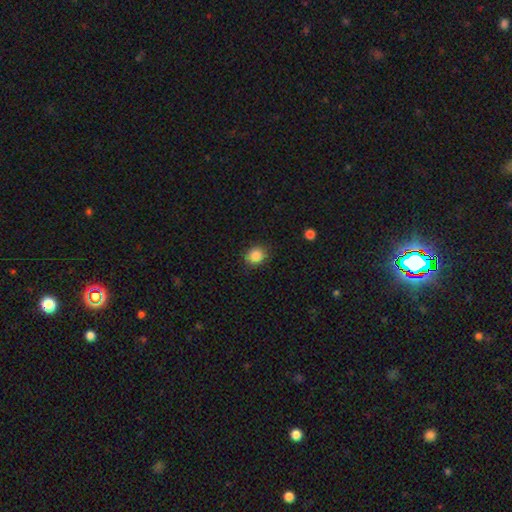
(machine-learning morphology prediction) Smooth or featured?
  - smooth: 86% *
  - star or artifact: 10%
  - featured or disk: 4%
How rounded?
  - round: 70% *
  - in between: 29%
  - cigar-shaped: 1%
Merging?
  - none: 86% *
  - minor disturbance: 10%
  - major disturbance: 3%
  - merger: 1%